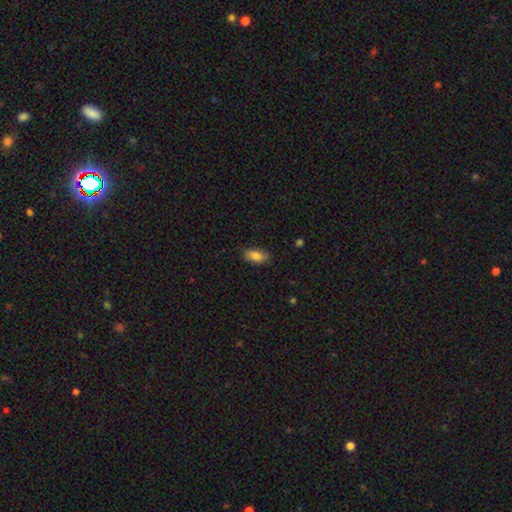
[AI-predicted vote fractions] The model was most divided on "merging": none: 83%, minor disturbance: 13%, major disturbance: 3%, merger: 1%. More confident: how rounded — in between (87%); smooth or featured — smooth (85%).